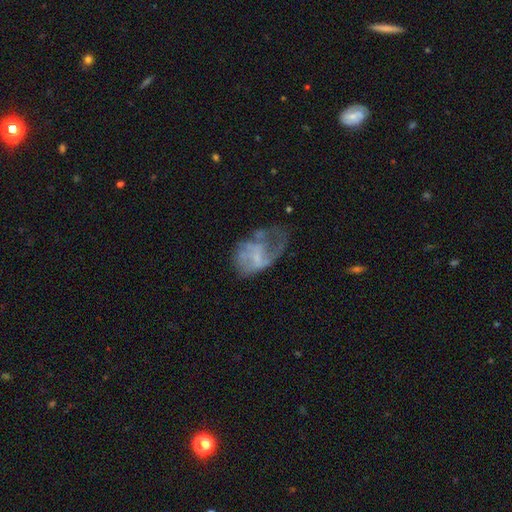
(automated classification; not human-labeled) Q: Smooth or featured?
A: featured or disk (59%); runner-up: smooth (31%)
Q: Edge-on disk?
A: no (97%); runner-up: yes (3%)
Q: Bar?
A: no (61%); runner-up: weak (32%)
Q: Spiral arms?
A: no (55%); runner-up: yes (45%)
Q: Bulge size?
A: none (44%); runner-up: small (38%)
Q: Merging?
A: major disturbance (47%); runner-up: none (25%)